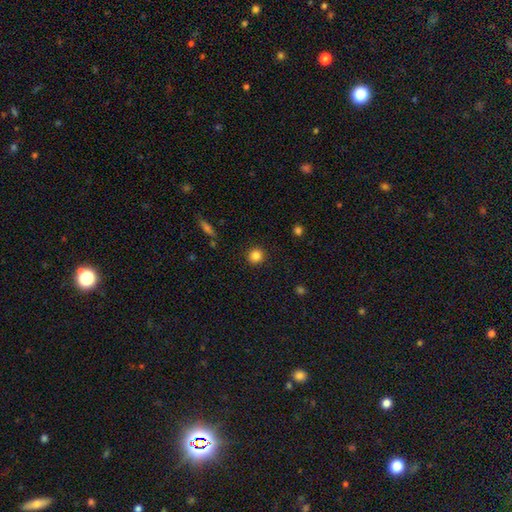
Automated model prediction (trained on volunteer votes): Smooth or featured: smooth — 84% (star or artifact — 11%)
How rounded: round — 92% (in between — 7%)
Merging: none — 91% (minor disturbance — 5%)